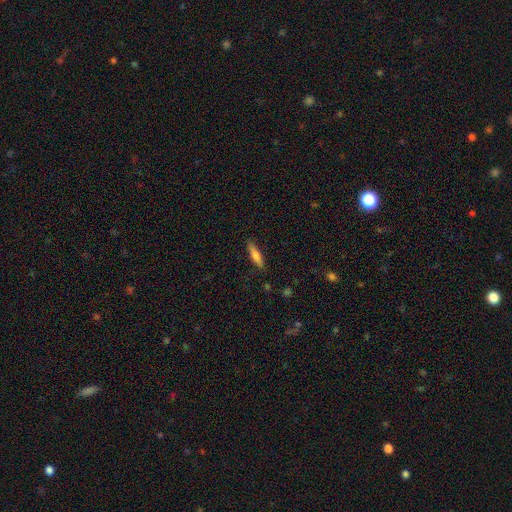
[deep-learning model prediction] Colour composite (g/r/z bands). It shows a smooth galaxy with no disk features (71%) that is cigar-shaped (73%). Merging: none (86%).